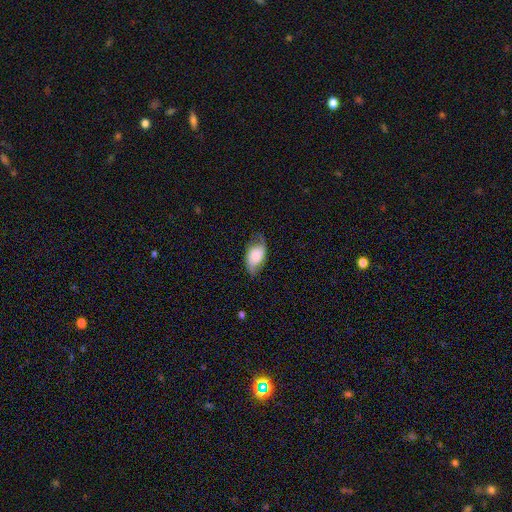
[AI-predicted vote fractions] The model was most divided on "smooth or featured": smooth: 54%, featured or disk: 37%, star or artifact: 8%. More confident: how rounded — in between (91%); merging — none (60%).